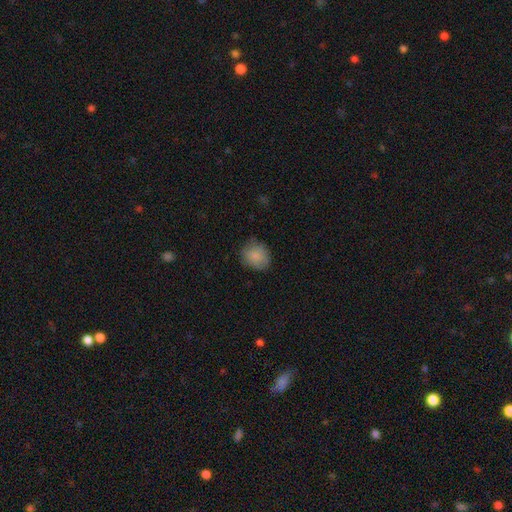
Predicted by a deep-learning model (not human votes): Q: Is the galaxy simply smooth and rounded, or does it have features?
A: smooth — 84%.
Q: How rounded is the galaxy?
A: round — 70%.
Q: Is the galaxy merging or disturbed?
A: none — 77%.